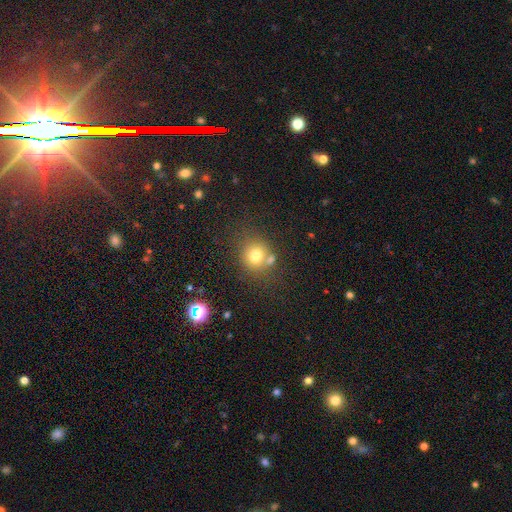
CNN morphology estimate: A smooth galaxy with no disk features (75%) that is round (81%).

Vote fractions:
- Smooth or featured? smooth: 75% / star or artifact: 14% / featured or disk: 11%
- How rounded? round: 81% / in between: 18% / cigar-shaped: 1%
- Merging? none: 61% / merger: 22% / minor disturbance: 13% / major disturbance: 5%